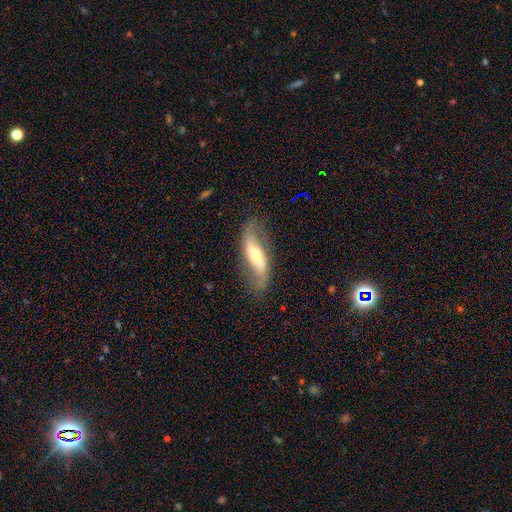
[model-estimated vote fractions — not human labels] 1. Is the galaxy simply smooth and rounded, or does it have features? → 77% featured or disk, 17% smooth, 6% star or artifact.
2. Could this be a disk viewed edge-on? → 85% no, 15% yes.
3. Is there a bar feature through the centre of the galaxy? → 44% strong, 35% weak, 22% no.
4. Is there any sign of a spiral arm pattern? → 88% yes, 12% no.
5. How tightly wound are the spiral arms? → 83% loose, 12% medium, 5% tight.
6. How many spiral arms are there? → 91% 2, 3% can't tell, 3% 1, 1% 3, 1% 4, 1% more than 4.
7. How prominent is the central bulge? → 51% moderate, 38% small, 7% large, 3% none, 2% dominant.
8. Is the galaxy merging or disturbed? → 72% none, 18% minor disturbance, 8% major disturbance, 2% merger.